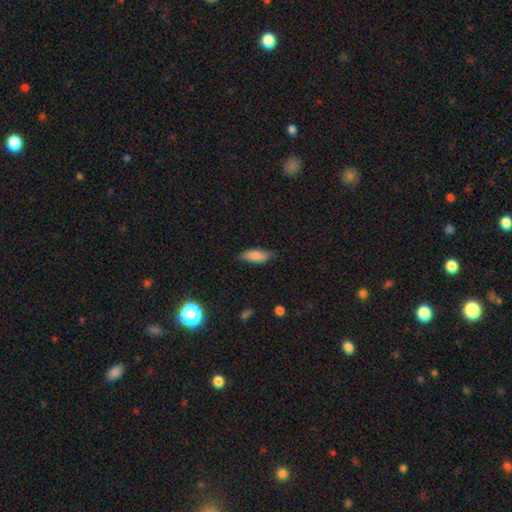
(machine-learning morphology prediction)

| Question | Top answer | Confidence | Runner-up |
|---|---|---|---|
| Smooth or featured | smooth | 84% | featured or disk (9%) |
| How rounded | in between | 72% | cigar-shaped (26%) |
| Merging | none | 77% | minor disturbance (19%) |